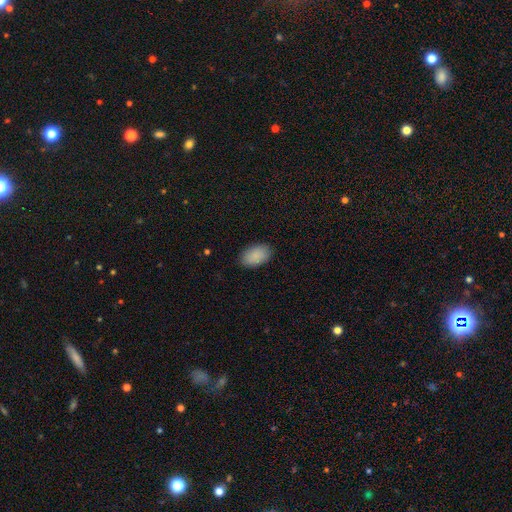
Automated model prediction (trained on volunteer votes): Smooth or featured? Predicted: smooth (p=0.90). How rounded? Predicted: in between (p=0.92). Merging? Predicted: none (p=0.88).